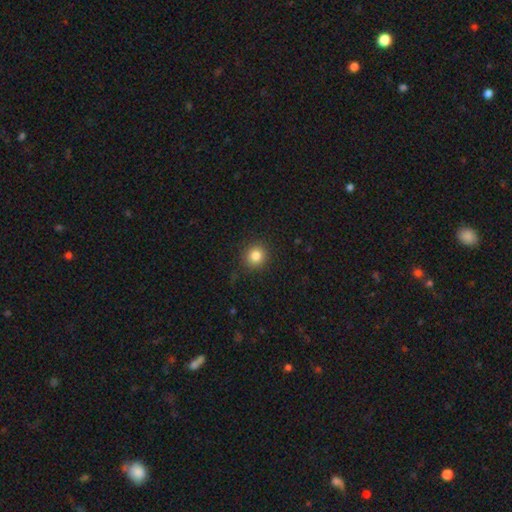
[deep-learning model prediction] Smooth or featured?
  - smooth: 83% *
  - star or artifact: 11%
  - featured or disk: 6%
How rounded?
  - round: 92% *
  - in between: 7%
  - cigar-shaped: 1%
Merging?
  - none: 90% *
  - minor disturbance: 7%
  - major disturbance: 2%
  - merger: 1%